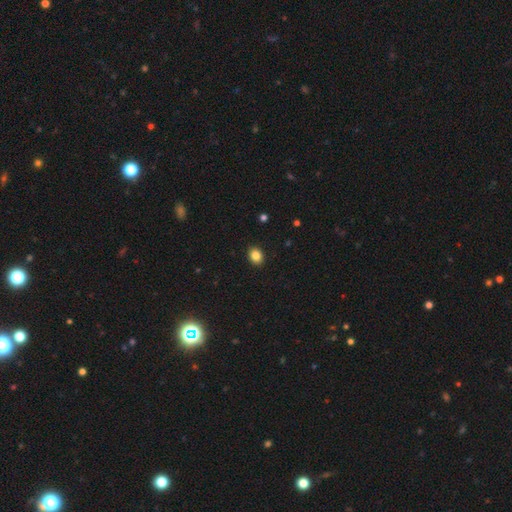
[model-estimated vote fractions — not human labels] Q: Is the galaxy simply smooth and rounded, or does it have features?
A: smooth — 85%.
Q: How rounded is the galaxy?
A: in between — 51%.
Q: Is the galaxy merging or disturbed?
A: none — 91%.